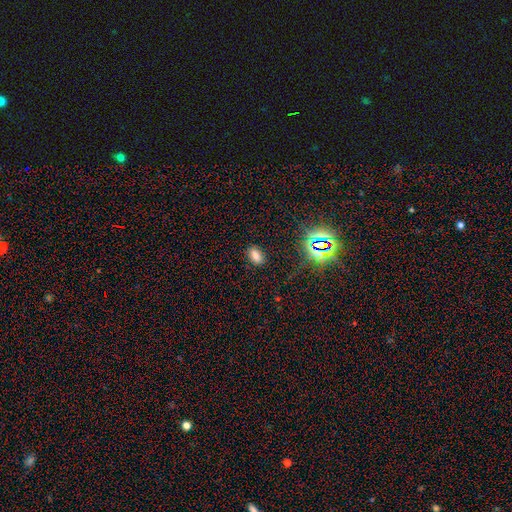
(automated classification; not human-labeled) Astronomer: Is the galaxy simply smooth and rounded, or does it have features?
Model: smooth — 74%.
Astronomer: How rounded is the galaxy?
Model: in between — 89%.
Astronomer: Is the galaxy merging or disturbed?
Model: none — 85%.